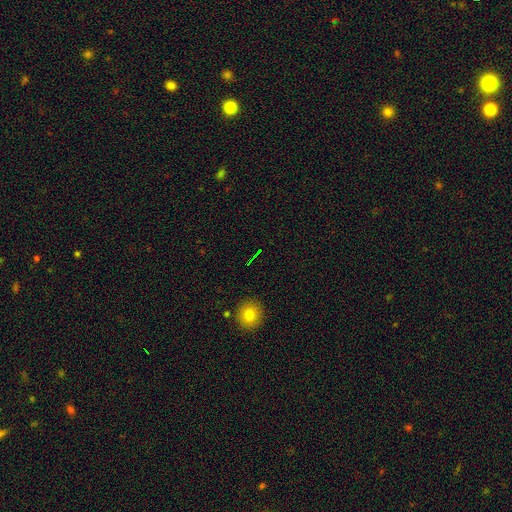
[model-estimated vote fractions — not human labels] Smooth or featured? Predicted: star or artifact (p=0.56).